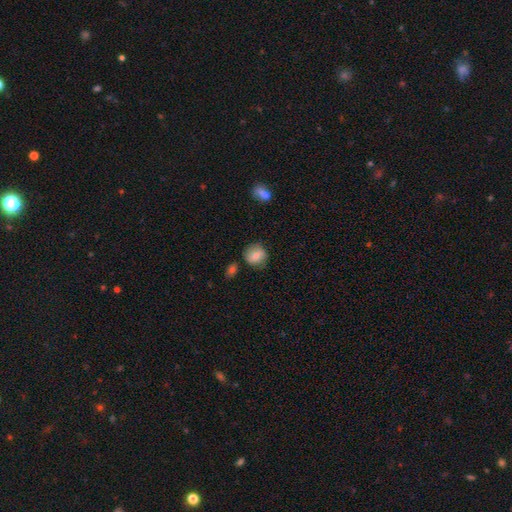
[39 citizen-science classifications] Morphology: type=smooth (87%); roundness=round (74%); merging=none (74%).